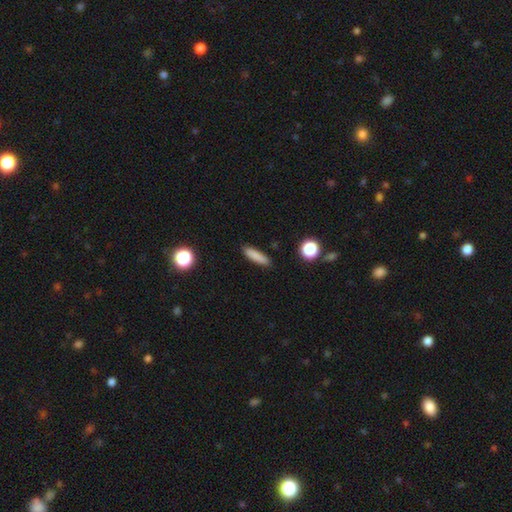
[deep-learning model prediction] Morphology: type=smooth (83%); roundness=cigar-shaped (76%); merging=none (88%).